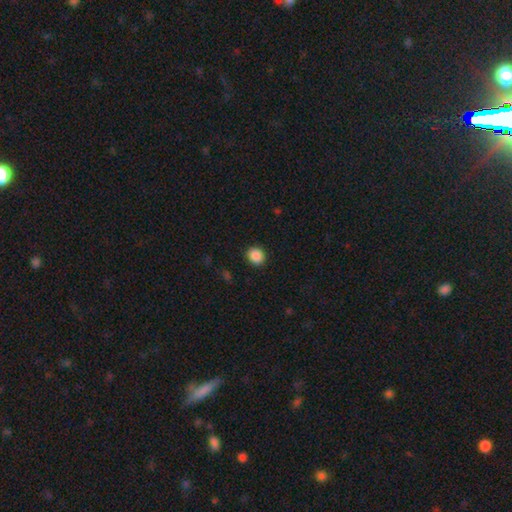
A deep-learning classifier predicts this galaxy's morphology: Overall: smooth (89%). How rounded: round (78%). Merging: none (91%).